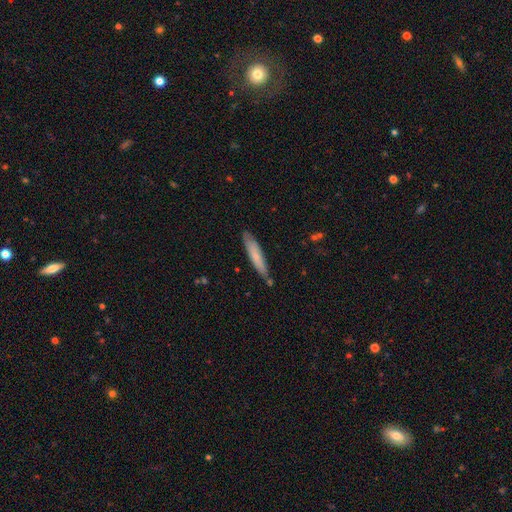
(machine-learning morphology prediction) A smooth galaxy with no disk features (68%) that is cigar-shaped (89%). Merging: none (80%).